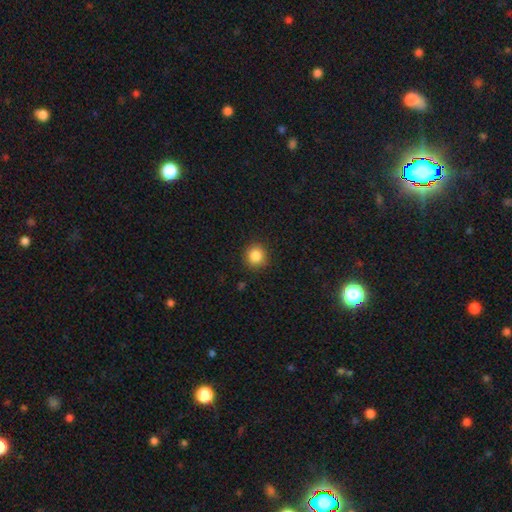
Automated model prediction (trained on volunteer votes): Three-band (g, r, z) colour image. It shows a smooth galaxy with no disk features (86%) that is round (91%). Merging: none (90%).